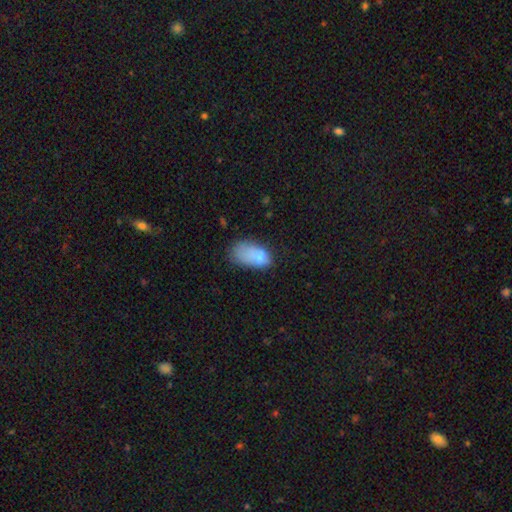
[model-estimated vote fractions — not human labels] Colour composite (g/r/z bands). It shows a smooth galaxy with no disk features (74%) that is in between round and cigar-shaped (91%). Merging: minor disturbance (32%).